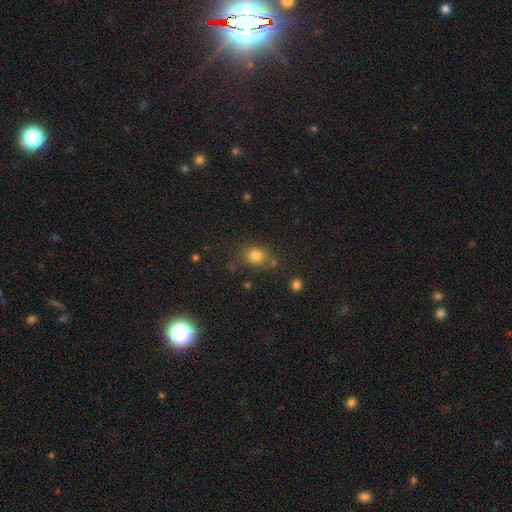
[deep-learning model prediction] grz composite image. It shows a smooth galaxy with no disk features (81%) that is round (51%). Merging: none (68%).